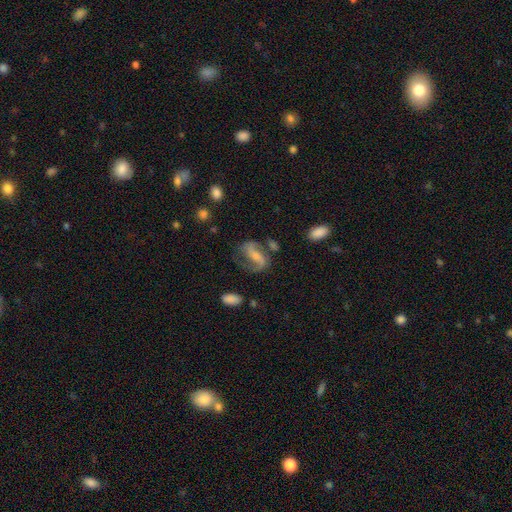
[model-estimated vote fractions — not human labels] This is likely a featured or disk galaxy (77%). It is clearly not viewed edge-on (95%). Bar: possibly strong (46%). Spiral arm pattern: clearly yes (91%). Spiral arm count: clearly 2 (86%). Spiral winding: marginally medium (44%). Central bulge: possibly small (52%). Merging: possibly none (58%).